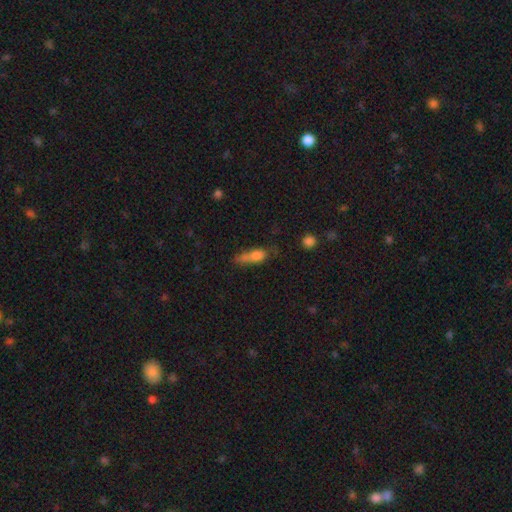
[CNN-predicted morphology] smooth-or-featured: smooth: 70% | featured or disk: 18% | star or artifact: 12%
  how-rounded: in between: 58% | cigar-shaped: 31% | round: 11%
  merging: none: 34% | merger: 27% | minor disturbance: 23% | major disturbance: 17%